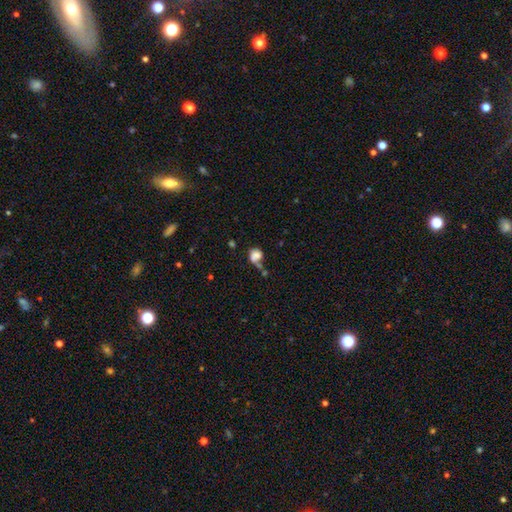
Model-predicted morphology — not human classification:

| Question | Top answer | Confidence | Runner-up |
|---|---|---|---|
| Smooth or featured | smooth | 75% | featured or disk (14%) |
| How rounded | round | 66% | in between (32%) |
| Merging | none | 34% | merger (30%) |